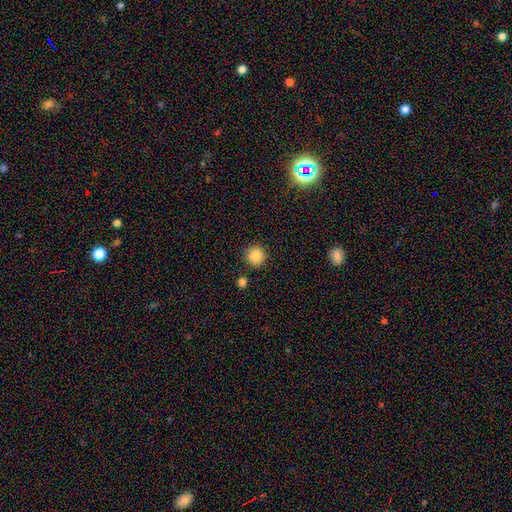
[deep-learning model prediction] A smooth galaxy with no disk features (87%) that is round (93%). Merging: none (87%).